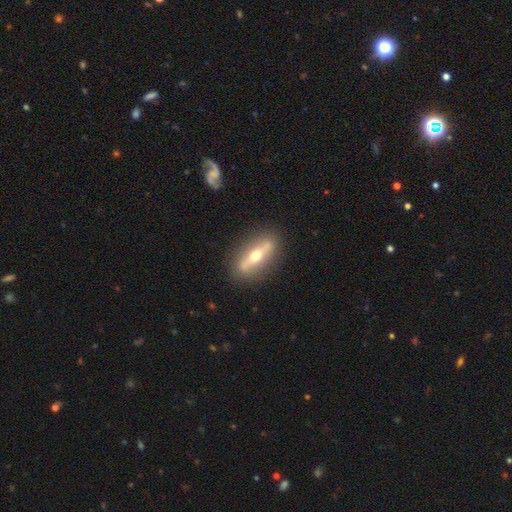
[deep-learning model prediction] Smooth or featured: featured or disk — 68% (smooth — 25%)
Edge-on disk: yes — 67% (no — 33%)
Merging: none — 85% (minor disturbance — 10%)